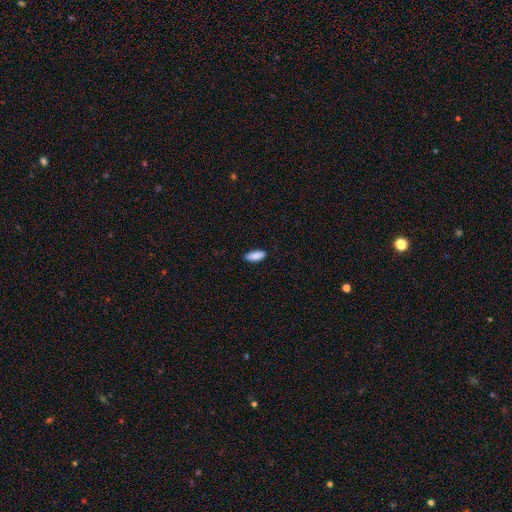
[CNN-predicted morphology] smooth_or_featured: smooth (p=0.89) [alt: star or artifact p=0.06]
how_rounded: in between (p=0.79) [alt: cigar-shaped p=0.19]
merging: none (p=0.87) [alt: minor disturbance p=0.10]